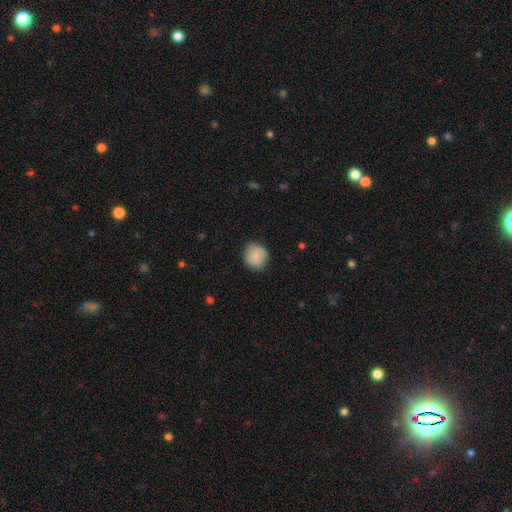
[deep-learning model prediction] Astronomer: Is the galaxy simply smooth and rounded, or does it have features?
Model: smooth — 82%.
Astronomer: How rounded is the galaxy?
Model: round — 90%.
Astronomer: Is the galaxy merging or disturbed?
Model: none — 86%.